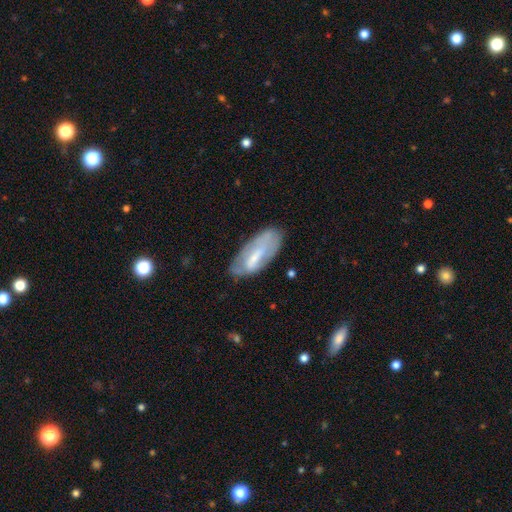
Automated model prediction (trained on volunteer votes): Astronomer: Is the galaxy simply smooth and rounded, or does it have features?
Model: featured or disk — 47% (runner-up: smooth, 46%).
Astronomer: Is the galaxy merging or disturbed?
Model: none — 59%.